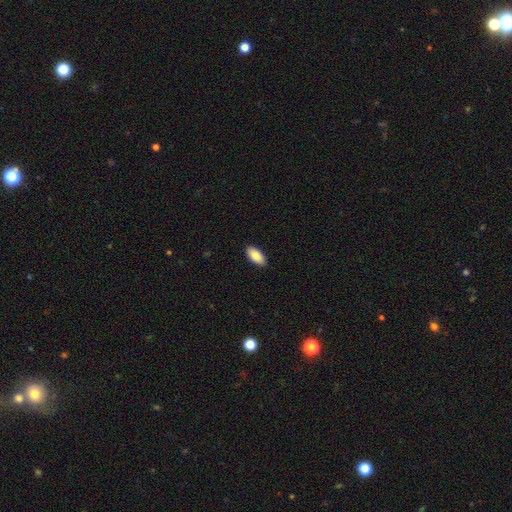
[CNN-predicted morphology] Smooth or featured: smooth — 87% (featured or disk — 7%)
How rounded: in between — 92% (cigar-shaped — 7%)
Merging: none — 90% (minor disturbance — 7%)